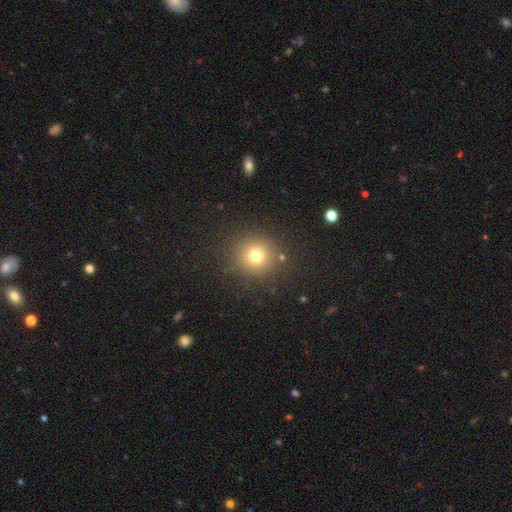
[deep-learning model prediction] smooth-or-featured: smooth: 74% | star or artifact: 17% | featured or disk: 8%
  how-rounded: round: 92% | in between: 7% | cigar-shaped: 1%
  merging: none: 87% | minor disturbance: 7% | major disturbance: 3% | merger: 2%